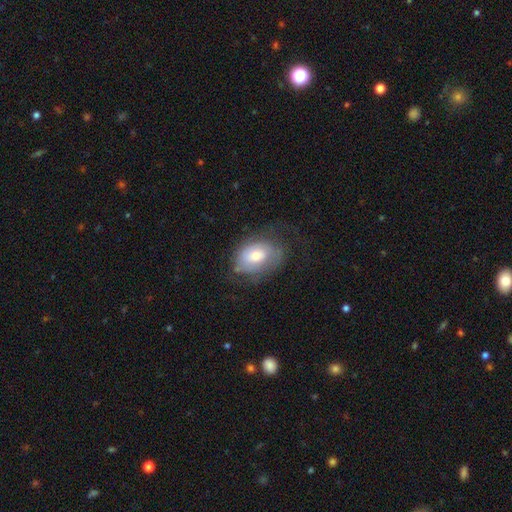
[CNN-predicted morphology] Smooth or featured: smooth — 49% (featured or disk — 43%)
Merging: none — 53% (minor disturbance — 25%)